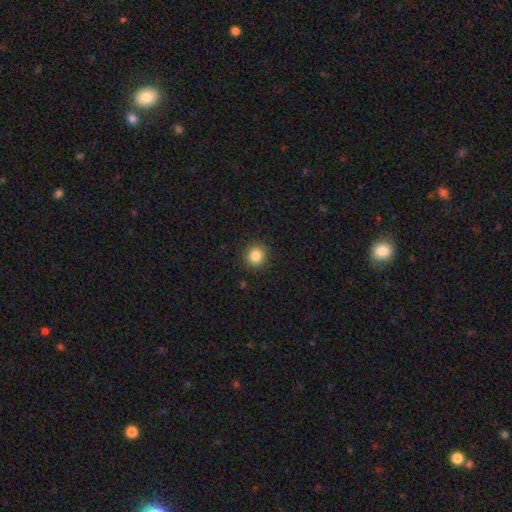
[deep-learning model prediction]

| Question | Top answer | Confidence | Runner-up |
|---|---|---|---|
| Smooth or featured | smooth | 85% | star or artifact (10%) |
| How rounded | round | 90% | in between (9%) |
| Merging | none | 91% | minor disturbance (6%) |